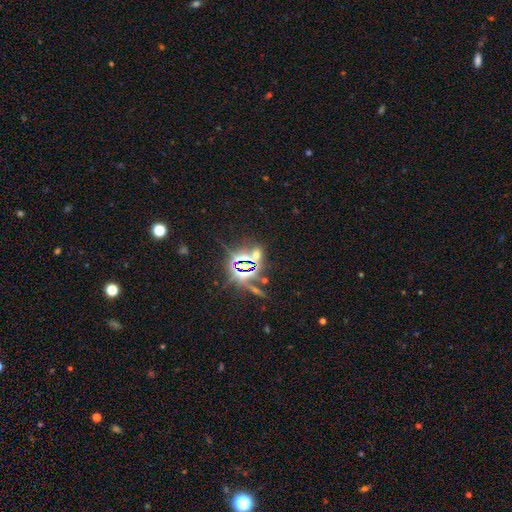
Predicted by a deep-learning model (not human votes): Smooth or featured? star or artifact (70%)